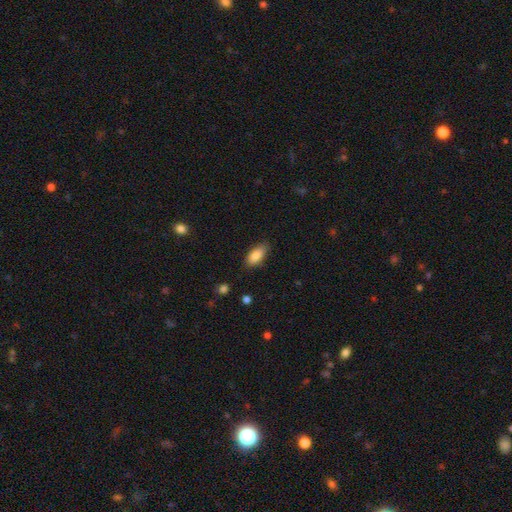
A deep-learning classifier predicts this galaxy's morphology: Smooth or featured: smooth — 87% (star or artifact — 7%)
How rounded: in between — 87% (cigar-shaped — 11%)
Merging: none — 80% (minor disturbance — 16%)